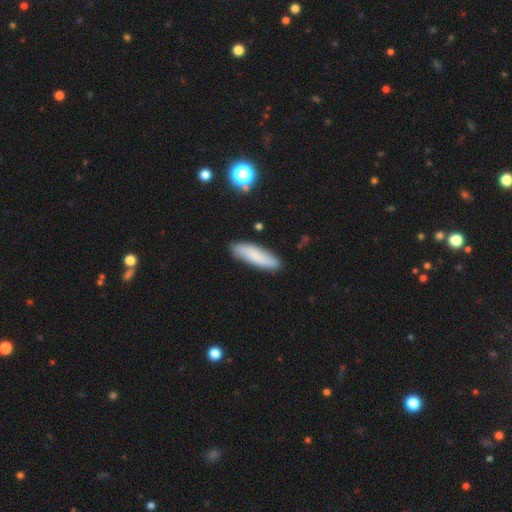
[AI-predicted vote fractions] smooth 77%, featured or disk 16%, star or artifact 7%. Down the decision tree: how rounded — cigar-shaped (70%); merging — none (86%).